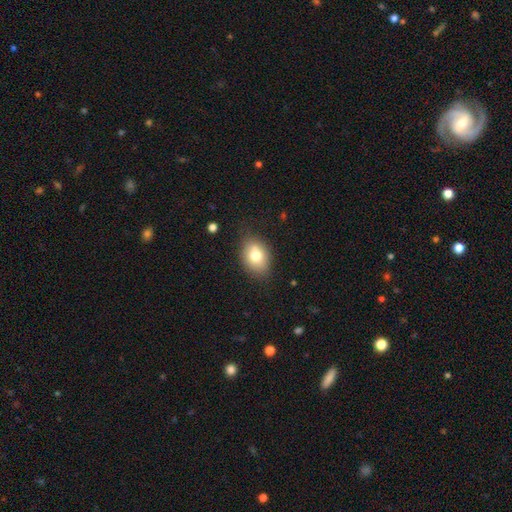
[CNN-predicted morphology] The model was most divided on "how rounded": in between: 68%, round: 31%, cigar-shaped: 1%. More confident: smooth or featured — smooth (74%); merging — none (71%).